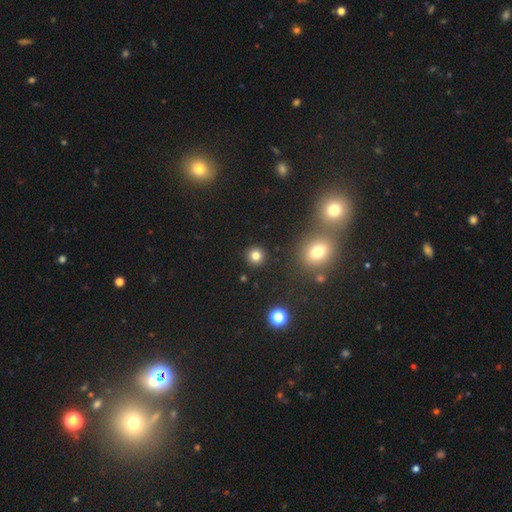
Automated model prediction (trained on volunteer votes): This appears to be a smooth galaxy with no disk features (80%) that is round (93%). Merging: none (91%).